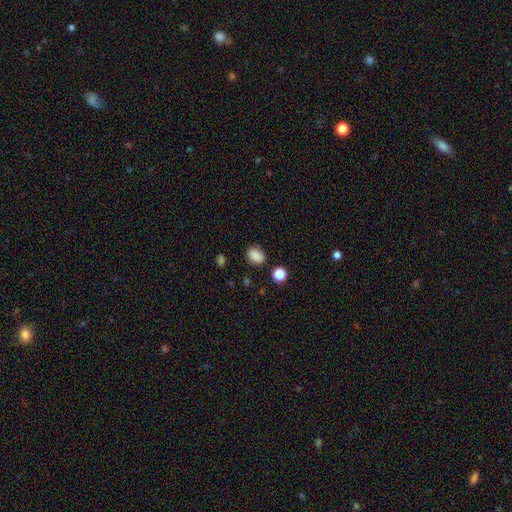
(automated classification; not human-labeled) A smooth galaxy with no disk features (86%) that is in between round and cigar-shaped (69%).

Vote fractions:
- Smooth or featured? smooth: 86% / star or artifact: 11% / featured or disk: 3%
- How rounded? in between: 69% / round: 29% / cigar-shaped: 1%
- Merging? none: 81% / minor disturbance: 12% / major disturbance: 3% / merger: 3%